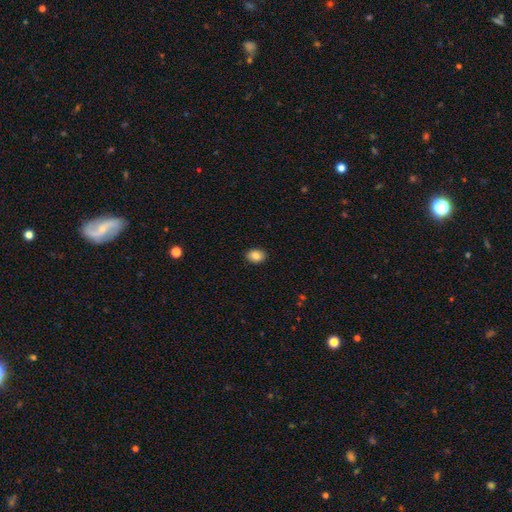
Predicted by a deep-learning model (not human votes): A smooth galaxy with no disk features (85%) that is in between round and cigar-shaped (69%). Merging: none (90%).